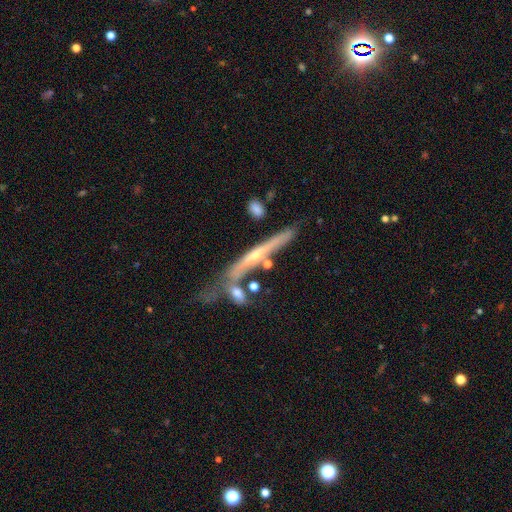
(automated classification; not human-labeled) Overall: featured or disk (73%). Edge-on disk: yes (91%). Edge-on bulge: rounded (66%; none 30%). Merging: none (56%; merger 19%).